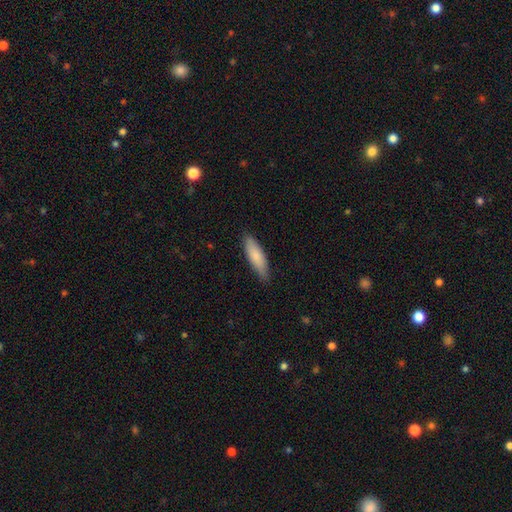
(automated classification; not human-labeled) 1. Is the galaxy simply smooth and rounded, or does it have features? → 82% smooth, 13% featured or disk, 5% star or artifact.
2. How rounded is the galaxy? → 56% cigar-shaped, 42% in between, 1% round.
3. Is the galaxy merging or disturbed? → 82% none, 15% minor disturbance, 2% major disturbance, 1% merger.